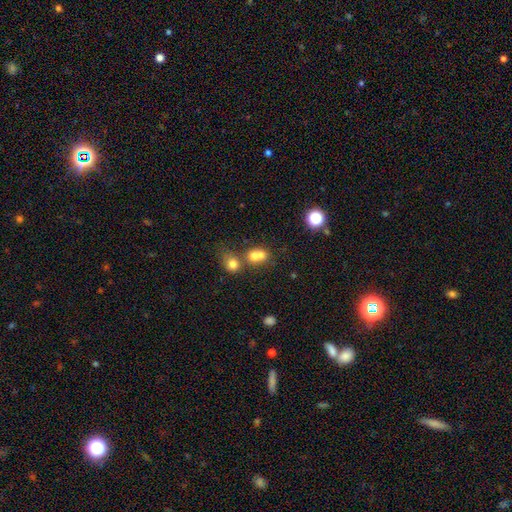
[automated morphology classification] This appears to be a smooth galaxy with no disk features (71%) that is round (70%). Merging: merger (60%).